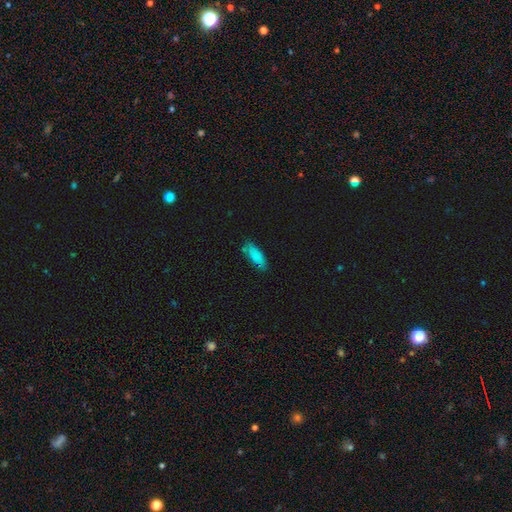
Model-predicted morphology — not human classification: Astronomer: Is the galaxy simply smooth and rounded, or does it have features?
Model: smooth — 84%.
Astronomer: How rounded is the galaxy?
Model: in between — 67%.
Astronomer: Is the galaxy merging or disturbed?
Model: none — 72%.